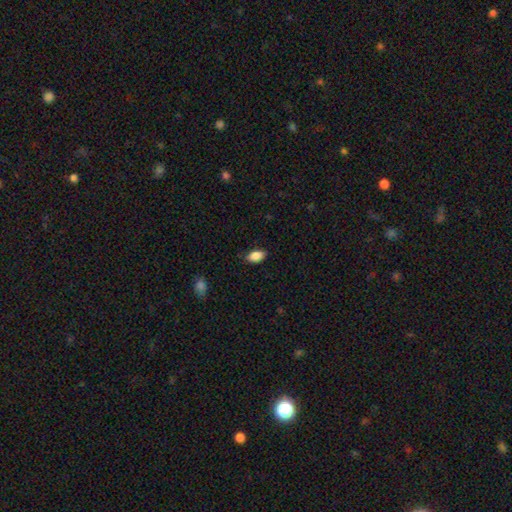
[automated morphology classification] A smooth galaxy with no disk features (87%) that is in between round and cigar-shaped (91%). Merging: none (79%).